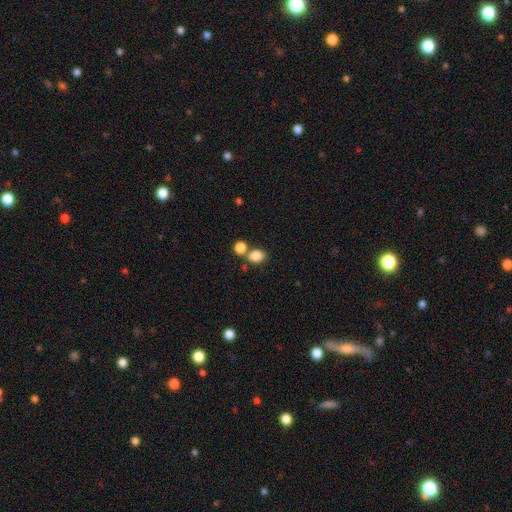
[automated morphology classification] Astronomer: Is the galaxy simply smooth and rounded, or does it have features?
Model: smooth — 84%.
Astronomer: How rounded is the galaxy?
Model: in between — 62%.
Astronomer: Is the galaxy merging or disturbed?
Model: none — 57%.